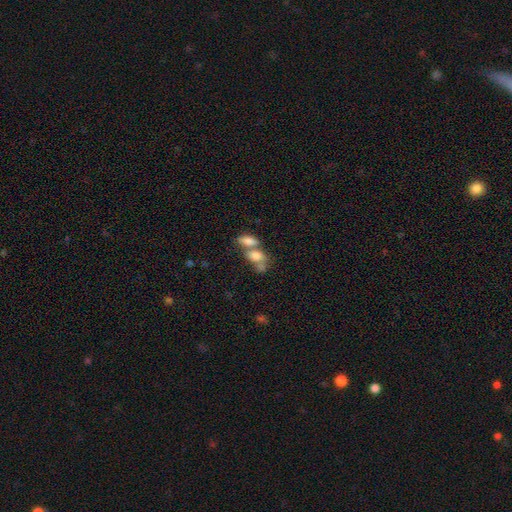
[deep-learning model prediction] Q: Smooth or featured?
A: smooth (75%); runner-up: featured or disk (16%)
Q: How rounded?
A: in between (81%); runner-up: round (13%)
Q: Merging?
A: merger (62%); runner-up: none (23%)